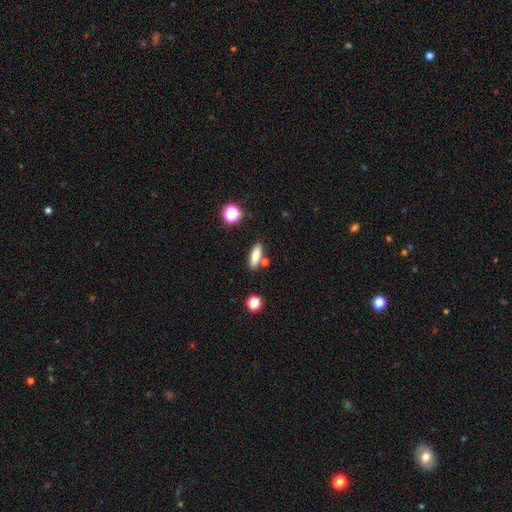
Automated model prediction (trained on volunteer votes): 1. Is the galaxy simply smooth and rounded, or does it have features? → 81% smooth, 10% featured or disk, 9% star or artifact.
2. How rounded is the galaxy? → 51% in between, 45% cigar-shaped, 4% round.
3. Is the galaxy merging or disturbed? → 76% none, 11% minor disturbance, 10% merger, 3% major disturbance.